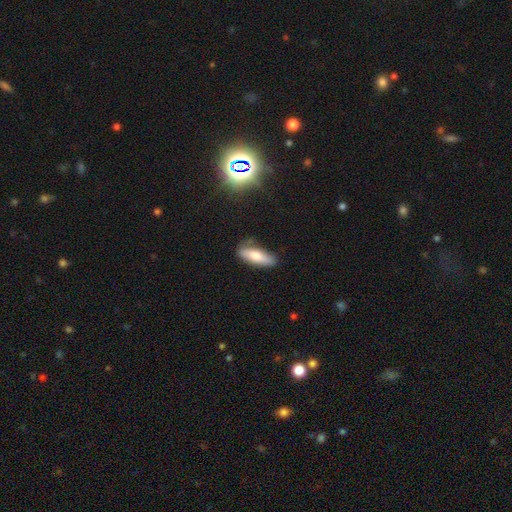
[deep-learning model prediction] A smooth galaxy with no disk features (74%) that is cigar-shaped (50%).

Vote fractions:
- Smooth or featured? smooth: 74% / featured or disk: 20% / star or artifact: 6%
- How rounded? cigar-shaped: 50% / in between: 48% / round: 2%
- Merging? none: 75% / minor disturbance: 18% / major disturbance: 4% / merger: 3%